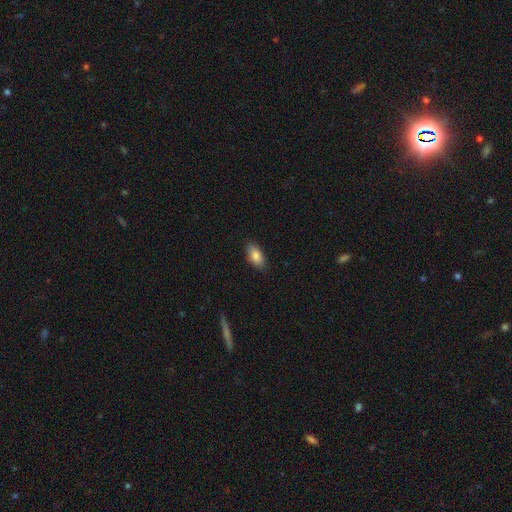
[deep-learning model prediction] The model was most divided on "smooth or featured": smooth: 85%, featured or disk: 8%, star or artifact: 7%. More confident: how rounded — in between (91%); merging — none (87%).